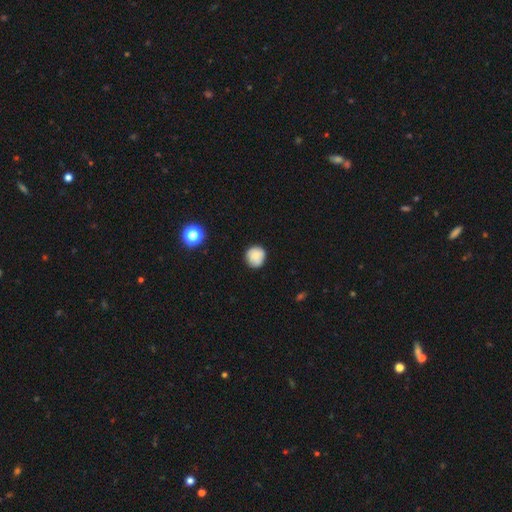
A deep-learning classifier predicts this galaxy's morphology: Q: Smooth or featured?
A: smooth (81%); runner-up: featured or disk (9%)
Q: How rounded?
A: round (91%); runner-up: in between (8%)
Q: Merging?
A: none (83%); runner-up: minor disturbance (13%)